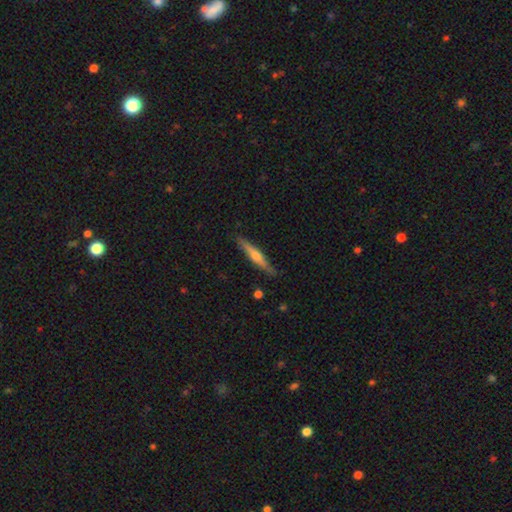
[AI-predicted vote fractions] Overall: featured or disk (60%; smooth 34%). Edge-on disk: yes (97%). Edge-on bulge: rounded (85%). Merging: none (87%).